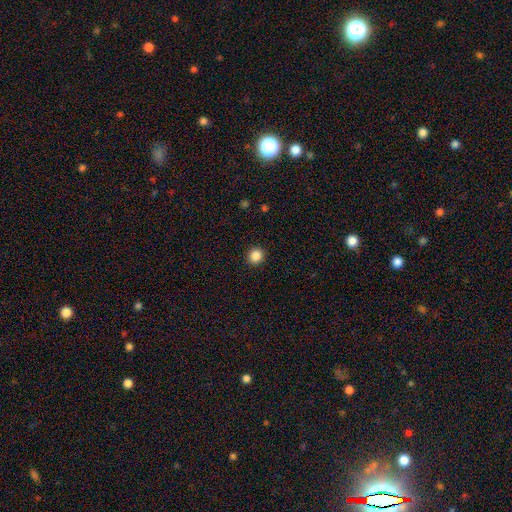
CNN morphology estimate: A smooth galaxy with no disk features (86%) that is round (89%).

Vote fractions:
- Smooth or featured? smooth: 86% / star or artifact: 10% / featured or disk: 3%
- How rounded? round: 89% / in between: 10% / cigar-shaped: 1%
- Merging? none: 93% / minor disturbance: 5% / major disturbance: 2% / merger: 1%